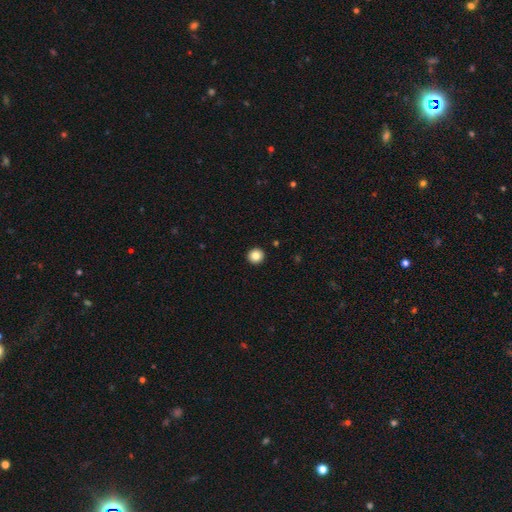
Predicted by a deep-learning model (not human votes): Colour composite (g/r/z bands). It shows a smooth galaxy with no disk features (86%) that is round (93%). Merging: none (94%).